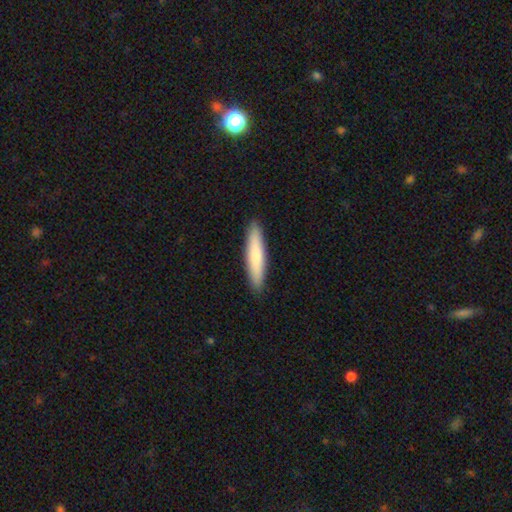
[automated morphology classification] type=smooth (76%); roundness=cigar-shaped (88%); merging=none (92%).